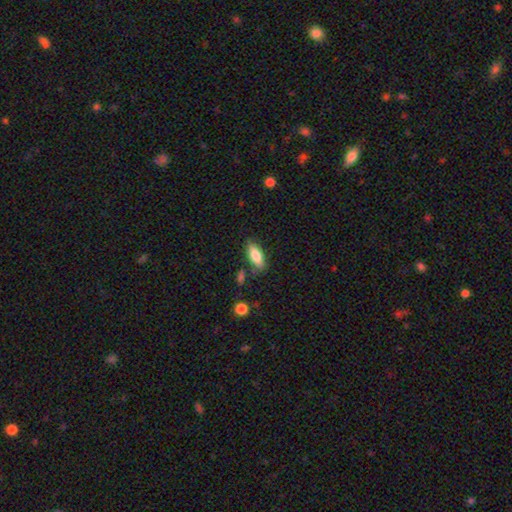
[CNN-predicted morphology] Overall: smooth (79%). How rounded: in between (73%). Merging: none (77%).